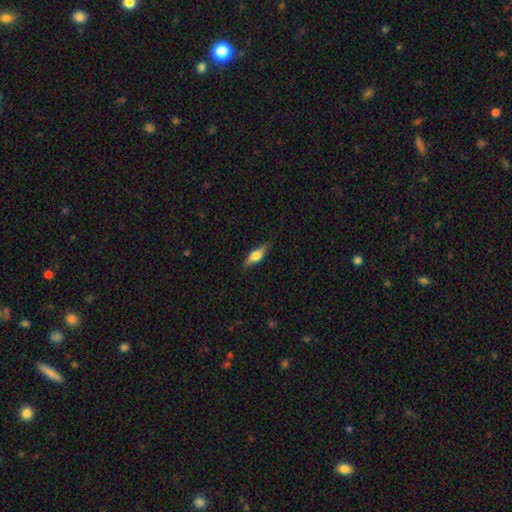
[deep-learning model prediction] Smooth or featured?
  - smooth: 59% *
  - featured or disk: 34%
  - star or artifact: 7%
How rounded?
  - in between: 60% *
  - cigar-shaped: 36%
  - round: 4%
Merging?
  - none: 78% *
  - minor disturbance: 18%
  - major disturbance: 3%
  - merger: 1%